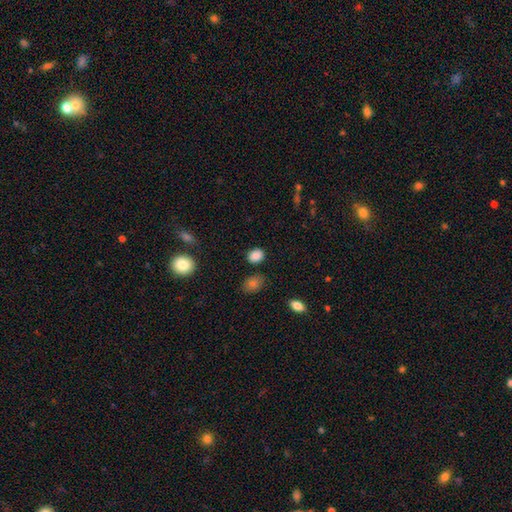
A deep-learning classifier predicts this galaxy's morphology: The model was most divided on "how rounded": round: 56%, in between: 43%, cigar-shaped: 1%. More confident: smooth or featured — smooth (85%); merging — none (83%).